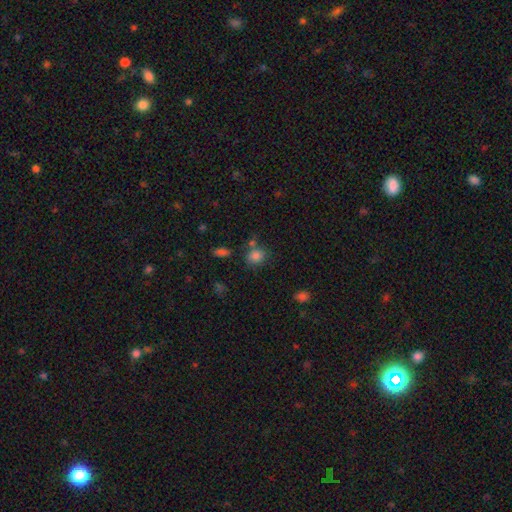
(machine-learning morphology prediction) smooth_or_featured: smooth (p=0.83) [alt: star or artifact p=0.11]
how_rounded: round (p=0.63) [alt: in between p=0.36]
merging: none (p=0.68) [alt: minor disturbance p=0.14]